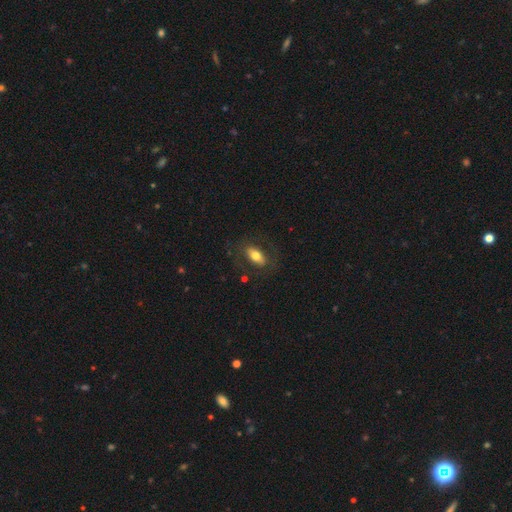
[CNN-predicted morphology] Smooth or featured? smooth (69%)
How rounded? in between (88%)
Merging? none (76%)